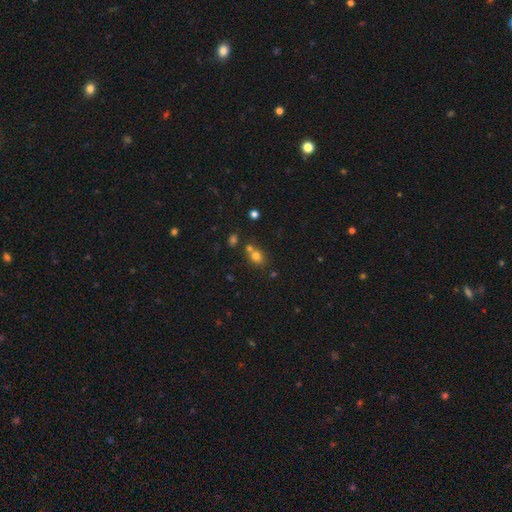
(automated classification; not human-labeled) smooth 74%, star or artifact 17%, featured or disk 9%. Down the decision tree: how rounded — round (64%); merging — none (56%).